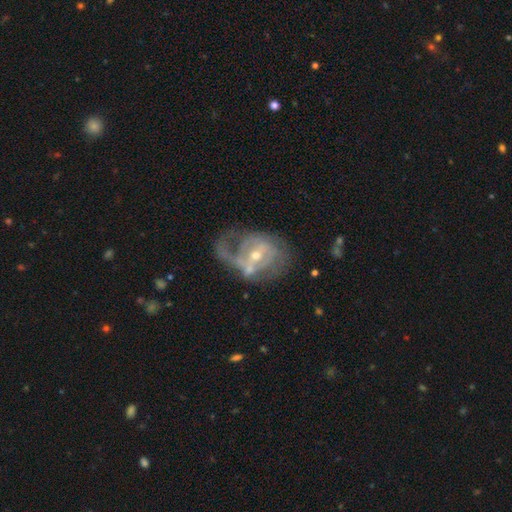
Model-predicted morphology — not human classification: Overall: featured or disk (80%). Edge-on disk: no (96%). Bar: weak (45%; no 33%). Spiral arms: yes (78%). Spiral arm count: 2 (42%; can't tell 27%). Spiral winding: medium (41%; tight 30%). Bulge size: small (54%; moderate 42%). Merging: major disturbance (34%; none 33%).